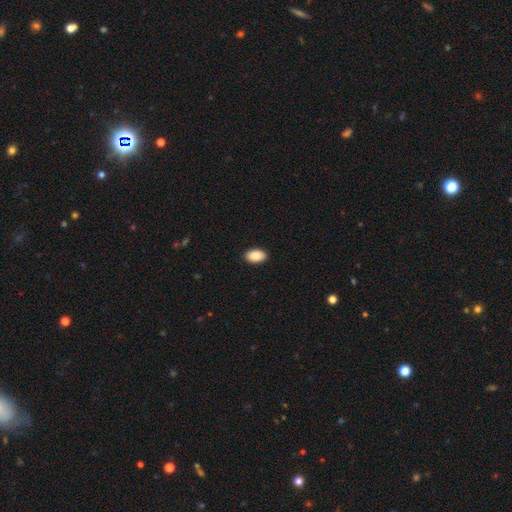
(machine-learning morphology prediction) smooth_or_featured: smooth (p=0.89) [alt: star or artifact p=0.07]
how_rounded: in between (p=0.92) [alt: round p=0.07]
merging: none (p=0.90) [alt: minor disturbance p=0.07]